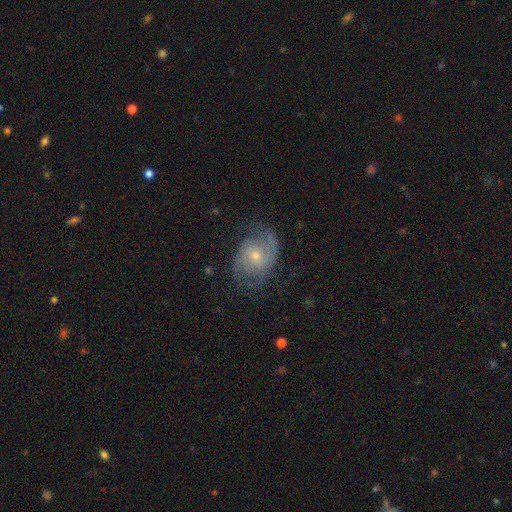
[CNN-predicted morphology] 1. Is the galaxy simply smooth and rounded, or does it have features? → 77% featured or disk, 16% smooth, 7% star or artifact.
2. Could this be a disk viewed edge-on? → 97% no, 3% yes.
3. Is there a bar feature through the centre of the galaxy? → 66% no, 29% weak, 5% strong.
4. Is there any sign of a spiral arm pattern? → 92% yes, 8% no.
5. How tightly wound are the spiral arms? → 45% medium, 29% tight, 25% loose.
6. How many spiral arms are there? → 70% 2, 15% can't tell, 6% 3, 5% 1, 2% 4, 2% more than 4.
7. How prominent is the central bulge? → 58% small, 38% moderate, 2% large, 2% none, 1% dominant.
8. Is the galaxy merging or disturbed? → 67% none, 21% minor disturbance, 11% major disturbance, 1% merger.